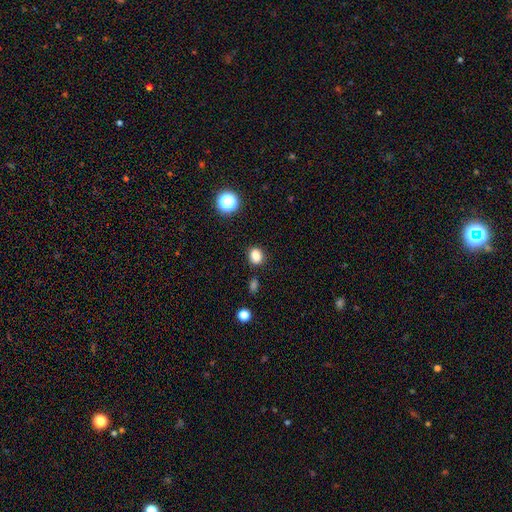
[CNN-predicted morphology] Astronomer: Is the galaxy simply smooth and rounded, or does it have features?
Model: smooth — 83%.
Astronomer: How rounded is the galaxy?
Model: round — 54% (runner-up: in between, 45%).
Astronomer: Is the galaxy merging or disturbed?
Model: none — 82%.